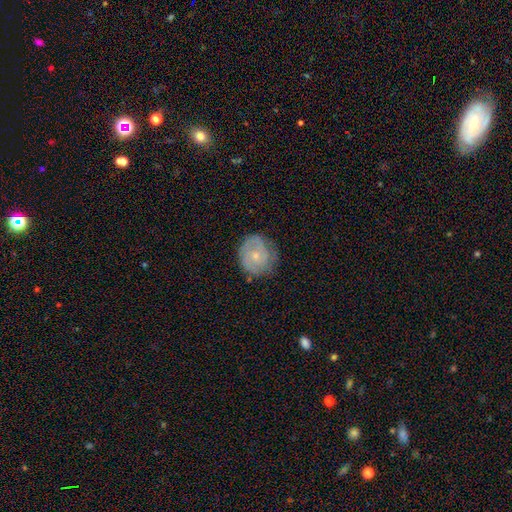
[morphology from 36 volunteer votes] Smooth or featured: featured or disk — 67% (smooth — 28%)
Edge-on disk: no — 100%
Bar: no — 67% (weak — 25%)
Spiral arms: yes — 79% (no — 21%)
Spiral winding: tight — 63% (medium — 37%)
Spiral arm count: 2 — 68% (3 — 16%)
Bulge size: small — 58% (moderate — 38%)
Merging: none — 56% (major disturbance — 24%)